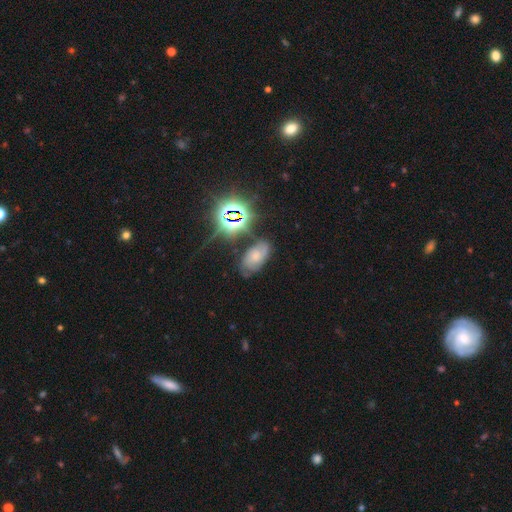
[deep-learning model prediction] Smooth or featured?
  - featured or disk: 50% *
  - smooth: 26%
  - star or artifact: 24%
Merging?
  - none: 63% *
  - minor disturbance: 22%
  - major disturbance: 11%
  - merger: 5%